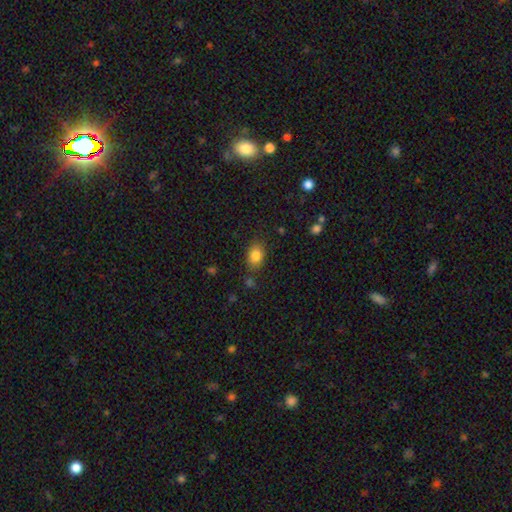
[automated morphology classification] This appears to be a smooth galaxy with no disk features (83%) that is in between round and cigar-shaped (75%). Merging: none (78%).